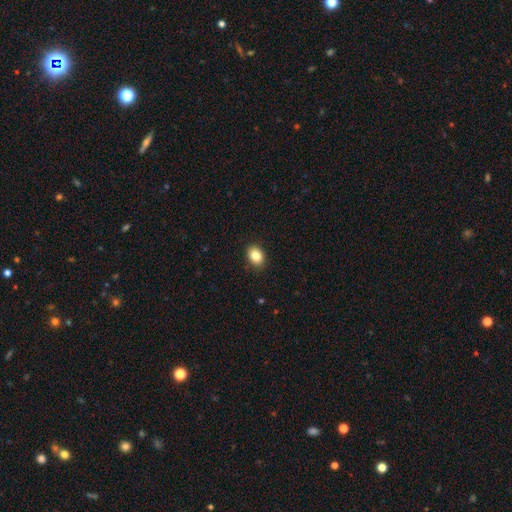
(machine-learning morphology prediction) This is clearly a smooth galaxy (86%). How rounded: likely in between (71%). Merging: clearly none (89%).